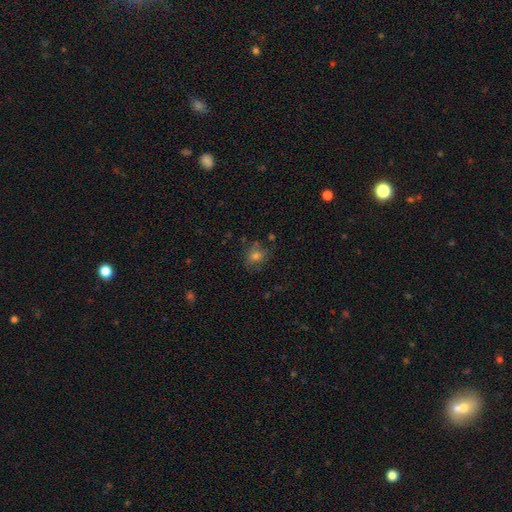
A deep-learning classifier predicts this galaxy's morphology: type=smooth (65%); roundness=round (65%); merging=none (72%).